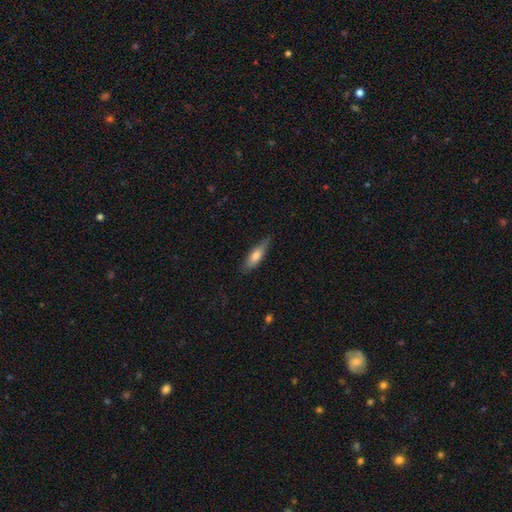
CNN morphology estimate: The model was most divided on "how rounded": cigar-shaped: 60%, in between: 38%, round: 2%. More confident: merging — none (78%); smooth or featured — smooth (66%).